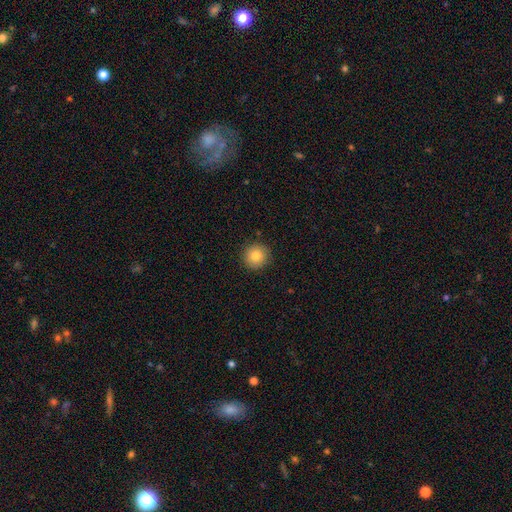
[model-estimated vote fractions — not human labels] Smooth or featured: smooth — 84% (star or artifact — 9%)
How rounded: round — 94% (in between — 5%)
Merging: none — 90% (minor disturbance — 7%)